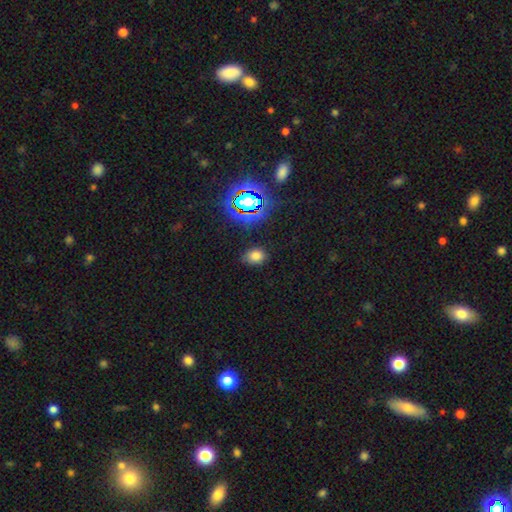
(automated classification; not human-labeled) Q: Smooth or featured?
A: smooth (72%); runner-up: star or artifact (22%)
Q: How rounded?
A: in between (69%); runner-up: round (30%)
Q: Merging?
A: none (78%); runner-up: minor disturbance (16%)